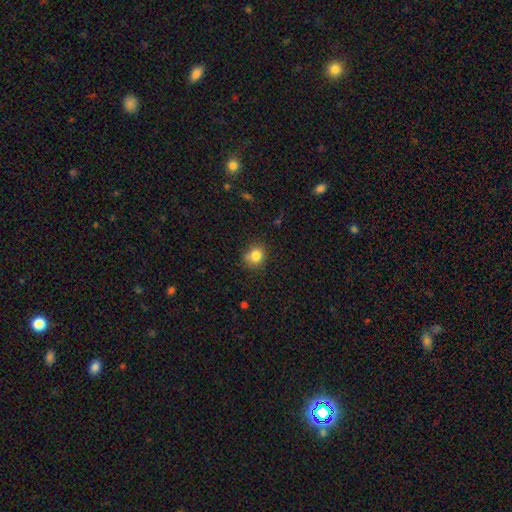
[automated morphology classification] smooth-or-featured: smooth: 82% | star or artifact: 11% | featured or disk: 7%
  how-rounded: round: 78% | in between: 21% | cigar-shaped: 1%
  merging: none: 74% | minor disturbance: 18% | merger: 4% | major disturbance: 4%